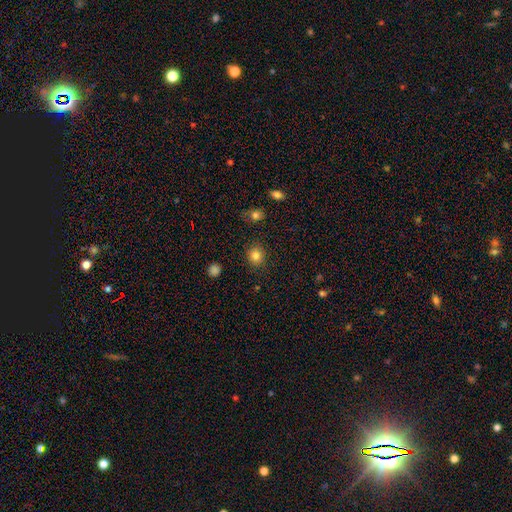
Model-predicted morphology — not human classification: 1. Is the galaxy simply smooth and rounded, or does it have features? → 83% smooth, 11% star or artifact, 6% featured or disk.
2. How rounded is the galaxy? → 85% round, 14% in between, 1% cigar-shaped.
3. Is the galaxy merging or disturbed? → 89% none, 7% minor disturbance, 2% major disturbance, 2% merger.